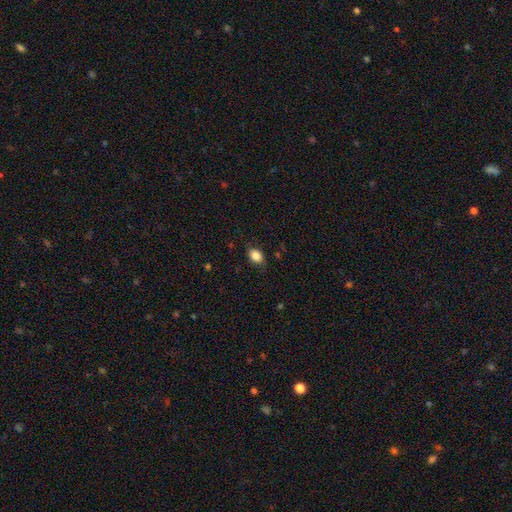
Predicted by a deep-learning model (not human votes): Smooth or featured? Predicted: smooth (p=0.86). How rounded? Predicted: in between (p=0.76). Merging? Predicted: none (p=0.83).